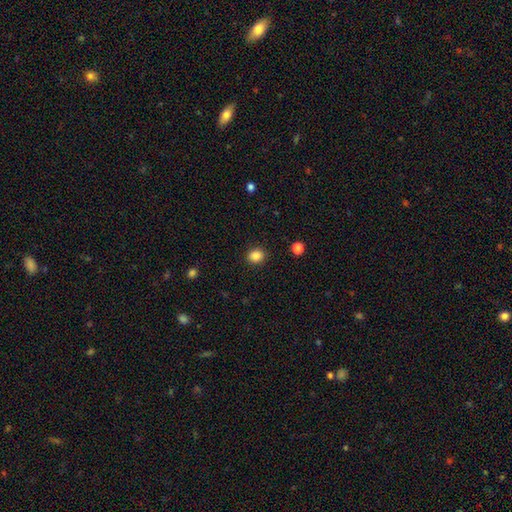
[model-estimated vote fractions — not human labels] smooth_or_featured: smooth (p=0.87) [alt: star or artifact p=0.10]
how_rounded: round (p=0.68) [alt: in between p=0.31]
merging: none (p=0.90) [alt: minor disturbance p=0.07]